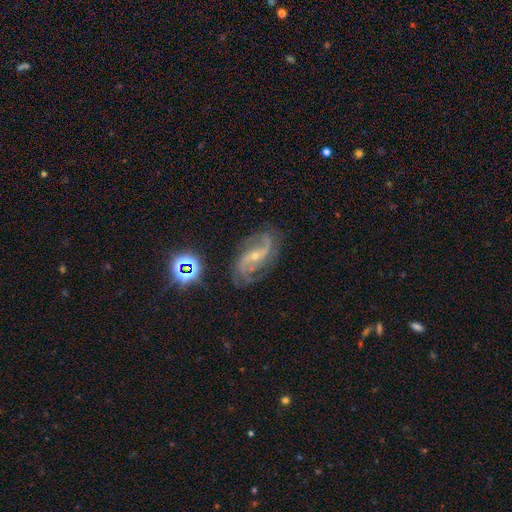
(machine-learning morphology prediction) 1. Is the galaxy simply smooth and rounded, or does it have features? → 86% featured or disk, 9% star or artifact, 5% smooth.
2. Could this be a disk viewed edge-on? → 96% no, 4% yes.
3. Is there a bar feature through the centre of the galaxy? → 44% no, 37% weak, 19% strong.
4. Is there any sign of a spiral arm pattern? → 97% yes, 3% no.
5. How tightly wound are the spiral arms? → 44% medium, 37% loose, 19% tight.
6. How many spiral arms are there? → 71% 2, 10% 3, 9% can't tell, 4% 1, 3% 4, 3% more than 4.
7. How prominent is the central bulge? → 72% small, 25% moderate, 2% none, 1% large, 1% dominant.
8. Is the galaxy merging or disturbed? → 73% none, 18% minor disturbance, 7% major disturbance, 2% merger.